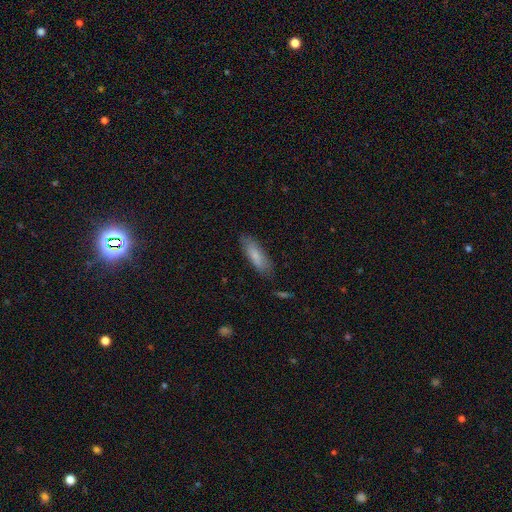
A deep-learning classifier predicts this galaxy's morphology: Overall: smooth (78%). How rounded: cigar-shaped (50%; in between 48%). Merging: none (79%).